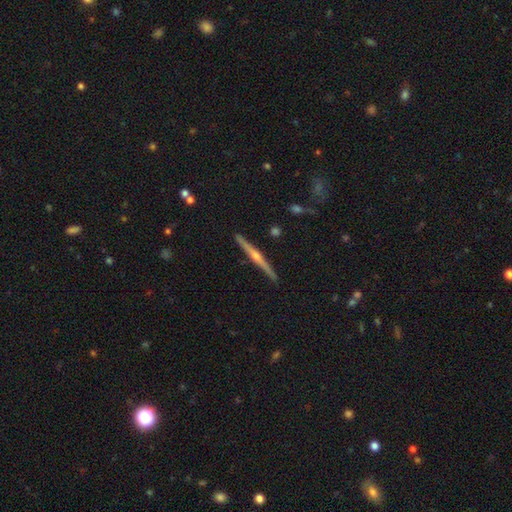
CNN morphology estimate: Smooth or featured?
  - featured or disk: 81% *
  - smooth: 13%
  - star or artifact: 6%
Edge-on disk?
  - yes: 98% *
  - no: 2%
Edge-on bulge?
  - rounded: 90% *
  - none: 7%
  - boxy: 3%
Merging?
  - none: 91% *
  - minor disturbance: 6%
  - merger: 1%
  - major disturbance: 1%